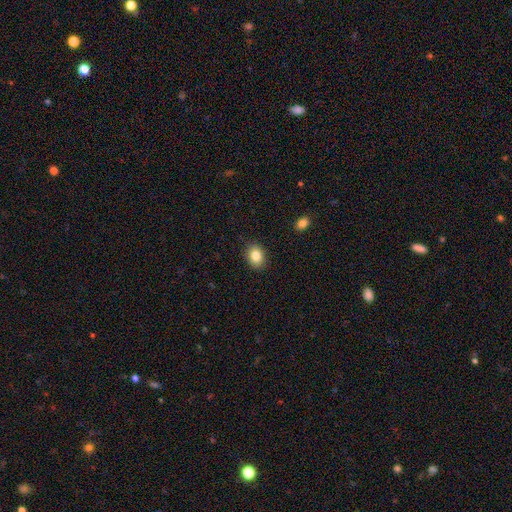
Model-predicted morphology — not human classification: type=smooth (83%); roundness=in between (58%); merging=none (89%).